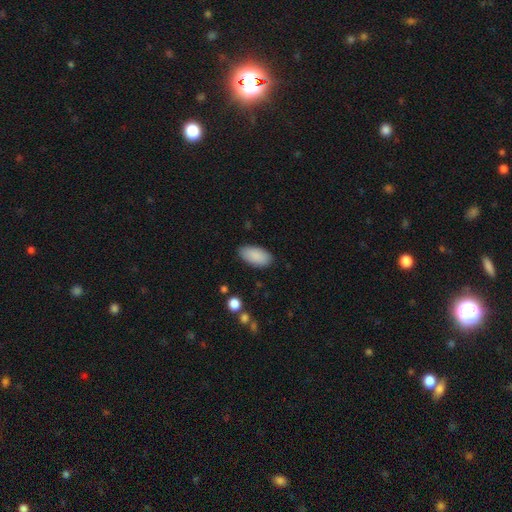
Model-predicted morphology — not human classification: smooth_or_featured: smooth (p=0.90) [alt: star or artifact p=0.06]
how_rounded: in between (p=0.95) [alt: cigar-shaped p=0.03]
merging: none (p=0.86) [alt: minor disturbance p=0.10]